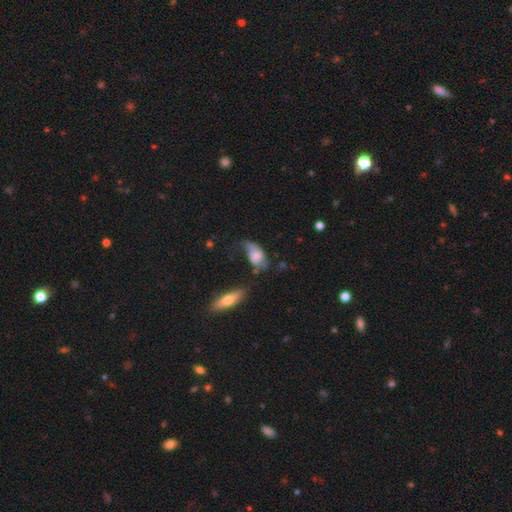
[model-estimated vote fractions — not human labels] smooth-or-featured: smooth: 55% | featured or disk: 37% | star or artifact: 9%
  how-rounded: in between: 87% | round: 7% | cigar-shaped: 6%
  merging: major disturbance: 32% | minor disturbance: 31% | none: 27% | merger: 10%